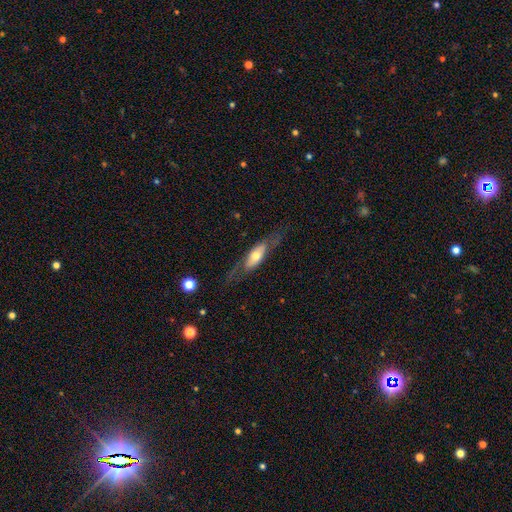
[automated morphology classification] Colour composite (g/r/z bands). It shows a featured or disk galaxy (54%). Merging: none (68%).